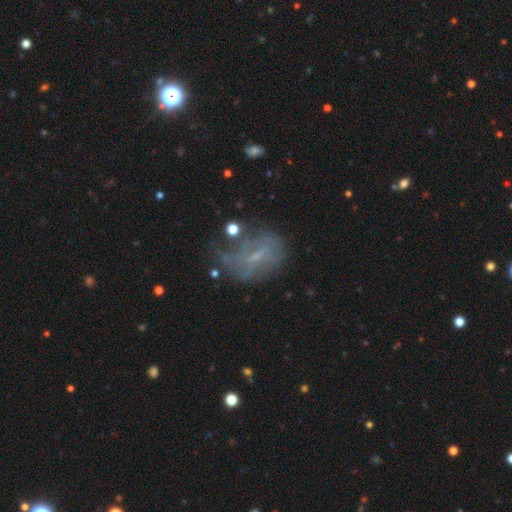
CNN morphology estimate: Smooth or featured? featured or disk (49%)
Merging? none (52%)